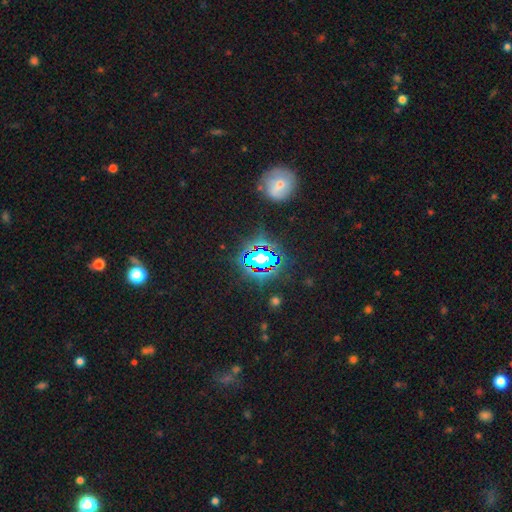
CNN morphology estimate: The model was most divided on "smooth or featured": star or artifact: 76%, smooth: 14%, featured or disk: 10%.